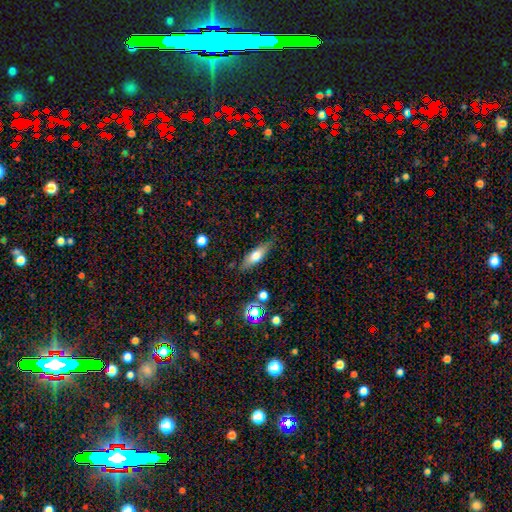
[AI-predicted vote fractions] smooth_or_featured: smooth (p=0.62) [alt: featured or disk p=0.29]
how_rounded: in between (p=0.54) [alt: cigar-shaped p=0.43]
merging: none (p=0.79) [alt: minor disturbance p=0.15]